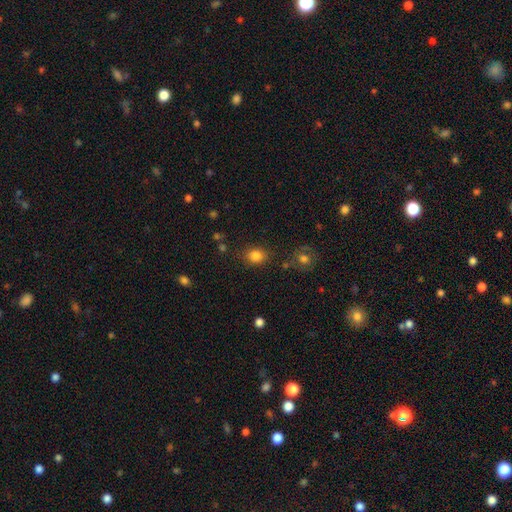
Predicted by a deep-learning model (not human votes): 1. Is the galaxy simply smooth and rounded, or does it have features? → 84% smooth, 11% star or artifact, 5% featured or disk.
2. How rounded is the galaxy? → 54% round, 45% in between, 1% cigar-shaped.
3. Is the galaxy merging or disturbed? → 79% none, 13% minor disturbance, 4% merger, 4% major disturbance.